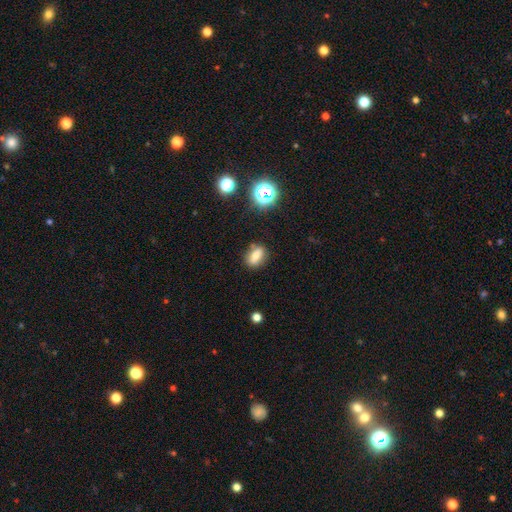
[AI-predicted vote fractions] A smooth galaxy with no disk features (73%) that is in between round and cigar-shaped (74%).

Vote fractions:
- Smooth or featured? smooth: 73% / featured or disk: 14% / star or artifact: 13%
- How rounded? in between: 74% / round: 19% / cigar-shaped: 7%
- Merging? none: 78% / minor disturbance: 14% / merger: 5% / major disturbance: 4%